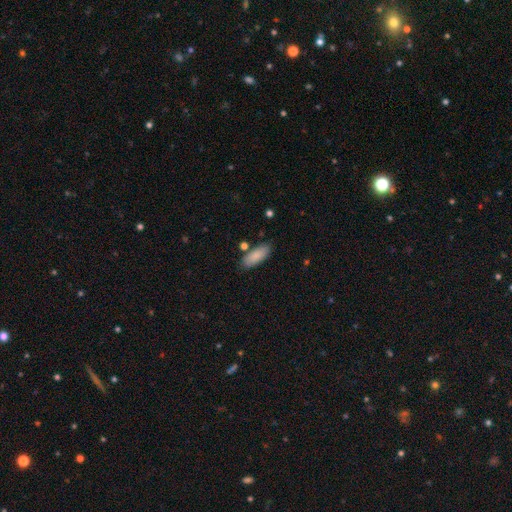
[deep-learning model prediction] Morphology: type=smooth (87%); roundness=in between (77%); merging=none (81%).